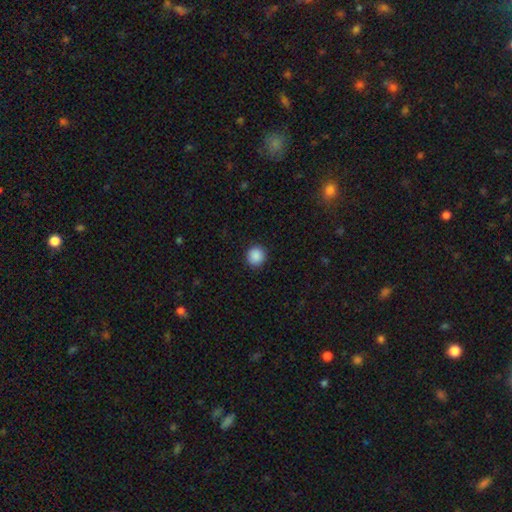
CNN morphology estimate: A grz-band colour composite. It shows a smooth galaxy with no disk features (89%) that is round (91%). Merging: none (92%).